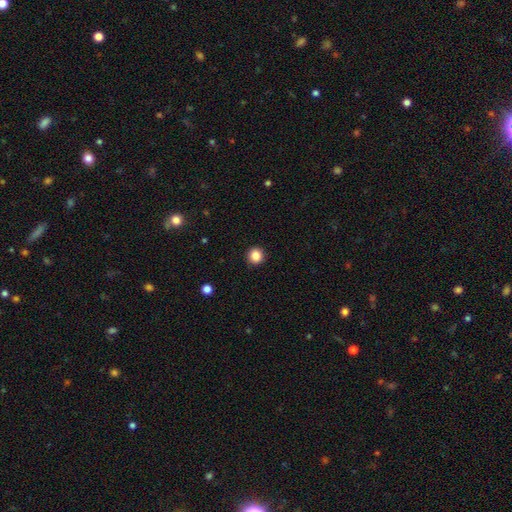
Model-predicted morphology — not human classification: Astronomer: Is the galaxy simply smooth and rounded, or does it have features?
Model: smooth — 85%.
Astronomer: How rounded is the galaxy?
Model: round — 92%.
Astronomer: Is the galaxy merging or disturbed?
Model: none — 92%.